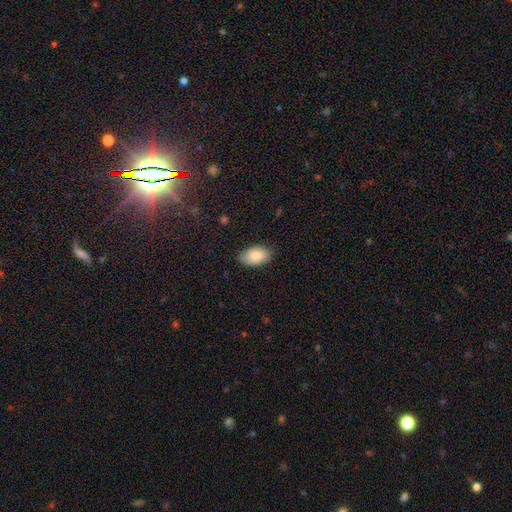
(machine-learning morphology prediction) This is clearly a smooth galaxy (84%). How rounded: clearly in between (93%). Merging: clearly none (81%).